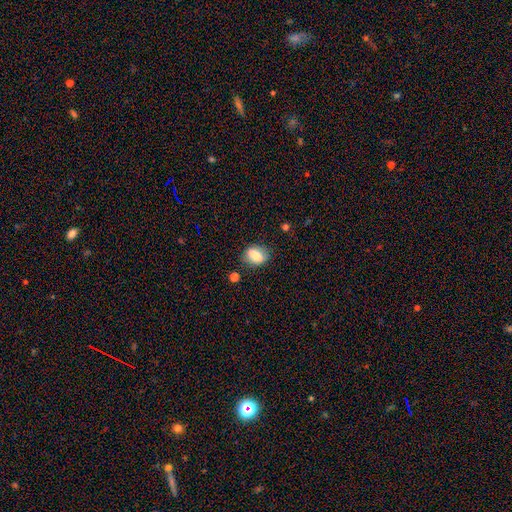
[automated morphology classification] Smooth or featured?
  - smooth: 74% *
  - featured or disk: 18%
  - star or artifact: 9%
How rounded?
  - in between: 68% *
  - round: 27%
  - cigar-shaped: 4%
Merging?
  - none: 81% *
  - minor disturbance: 13%
  - major disturbance: 4%
  - merger: 2%